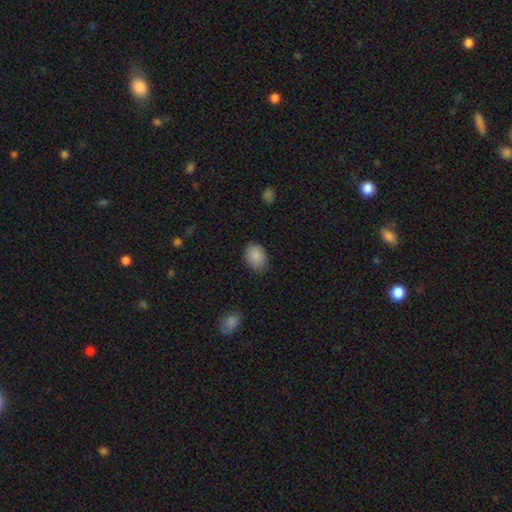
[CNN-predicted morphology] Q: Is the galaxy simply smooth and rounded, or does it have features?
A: smooth — 88%.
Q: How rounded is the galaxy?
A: in between — 65%.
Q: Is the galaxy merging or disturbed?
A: none — 82%.